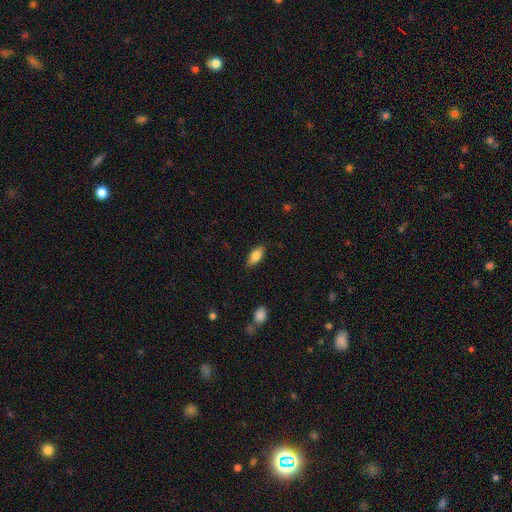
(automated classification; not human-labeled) Q: Smooth or featured?
A: smooth (76%); runner-up: featured or disk (17%)
Q: How rounded?
A: in between (81%); runner-up: cigar-shaped (16%)
Q: Merging?
A: none (85%); runner-up: minor disturbance (11%)